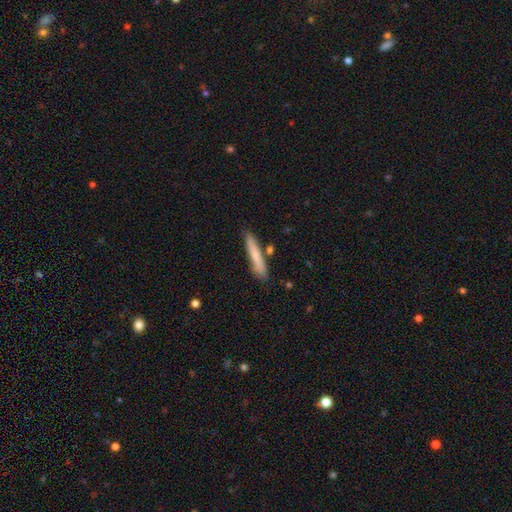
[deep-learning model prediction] Overall: smooth (74%). How rounded: cigar-shaped (93%). Merging: none (81%).